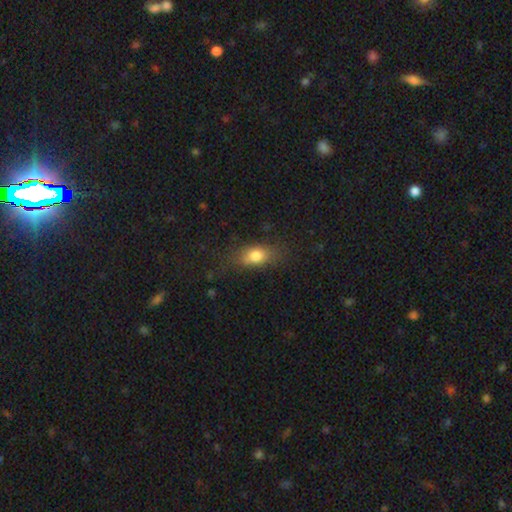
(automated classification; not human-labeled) Smooth or featured?
  - smooth: 77% *
  - featured or disk: 14%
  - star or artifact: 10%
How rounded?
  - in between: 77% *
  - round: 14%
  - cigar-shaped: 9%
Merging?
  - none: 71% *
  - minor disturbance: 19%
  - major disturbance: 8%
  - merger: 2%